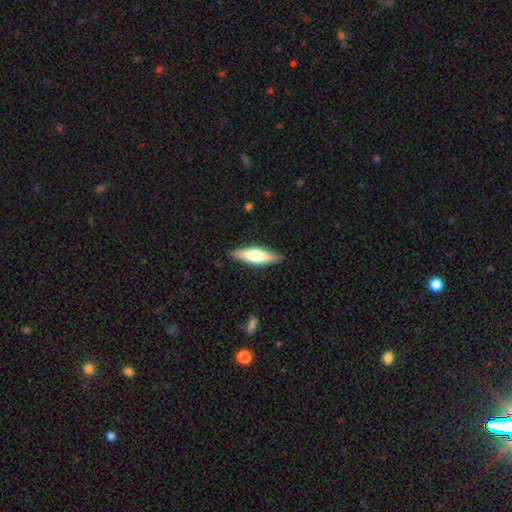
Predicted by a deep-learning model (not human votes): A smooth galaxy with no disk features (58%) that is cigar-shaped (59%). Merging: none (88%).